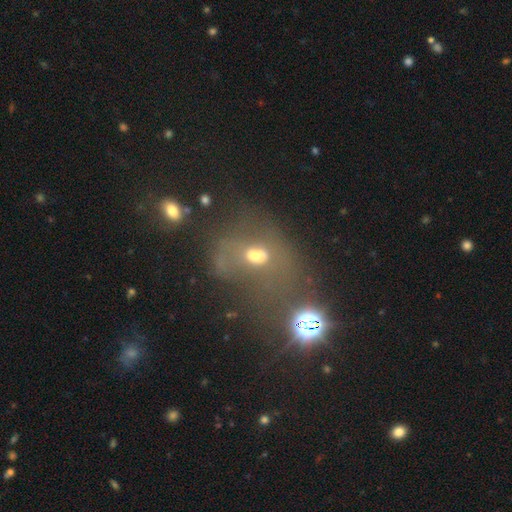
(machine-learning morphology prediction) Q: Smooth or featured?
A: smooth (42%); runner-up: featured or disk (31%)
Q: Merging?
A: none (30%); tied with: major disturbance (30%)